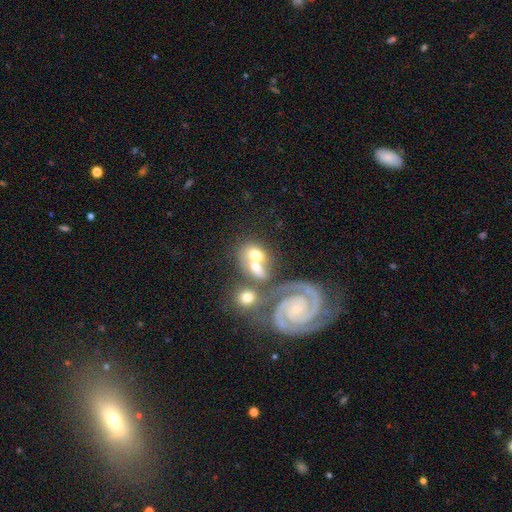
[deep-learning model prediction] Overall: featured or disk (46%; smooth 44%). Merging: merger (50%; none 29%).